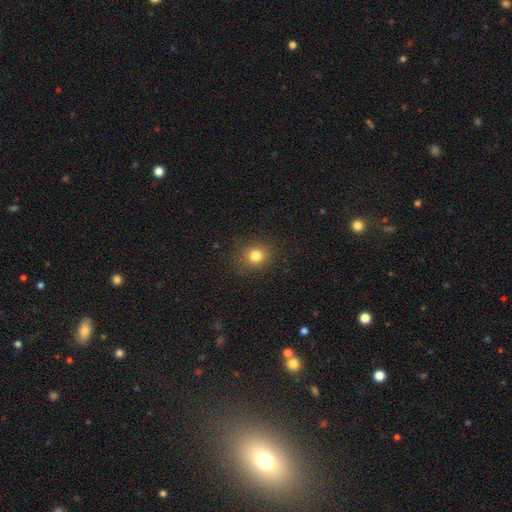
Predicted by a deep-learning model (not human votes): Smooth or featured? smooth (81%)
How rounded? round (79%)
Merging? none (86%)